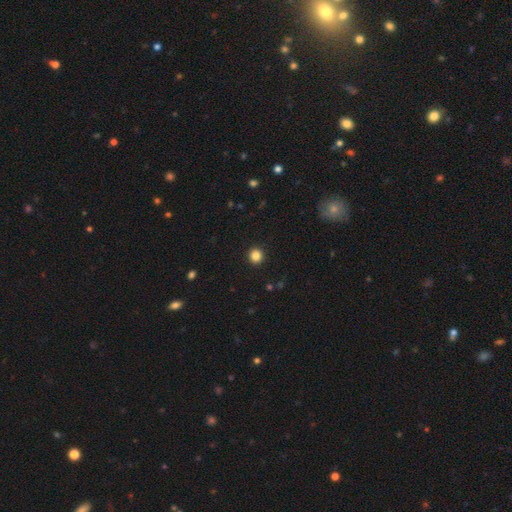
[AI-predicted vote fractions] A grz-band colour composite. It shows a smooth galaxy with no disk features (85%) that is round (95%). Merging: none (93%).